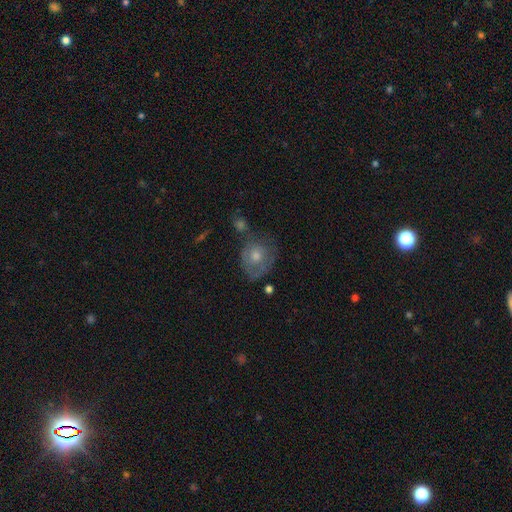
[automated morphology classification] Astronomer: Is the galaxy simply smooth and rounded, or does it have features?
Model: featured or disk — 47% (runner-up: smooth, 40%).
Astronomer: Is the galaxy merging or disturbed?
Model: none — 56%.